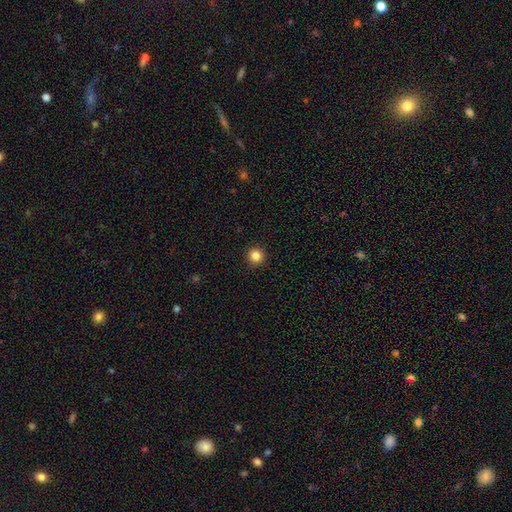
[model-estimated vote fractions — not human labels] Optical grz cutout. It shows a smooth galaxy with no disk features (85%) that is round (94%). Merging: none (93%).